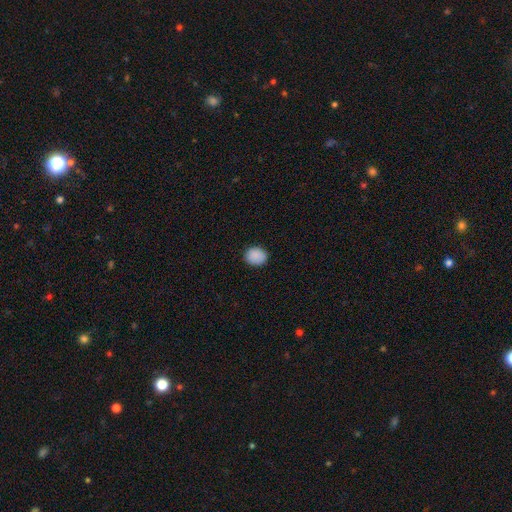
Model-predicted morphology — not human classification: smooth 89%, star or artifact 8%, featured or disk 3%. Down the decision tree: how rounded — round (62%); merging — none (86%).